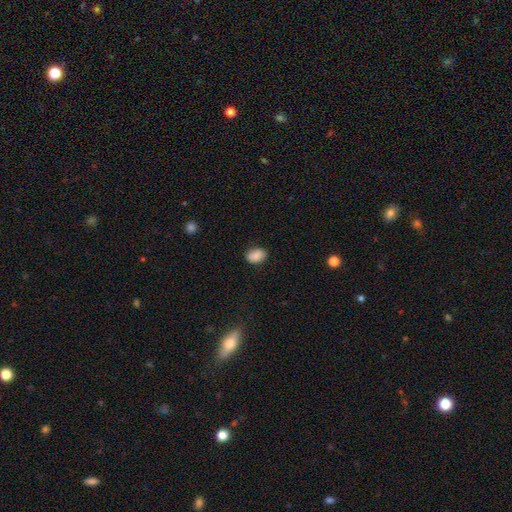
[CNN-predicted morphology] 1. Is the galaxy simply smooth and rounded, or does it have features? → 88% smooth, 8% star or artifact, 4% featured or disk.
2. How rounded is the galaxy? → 74% in between, 25% round, 1% cigar-shaped.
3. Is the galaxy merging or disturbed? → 83% none, 13% minor disturbance, 3% major disturbance, 1% merger.